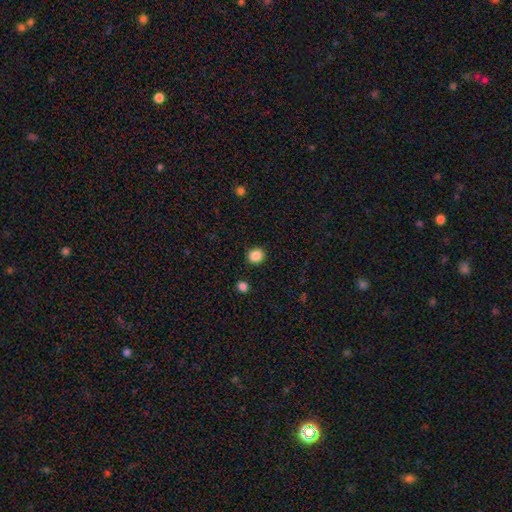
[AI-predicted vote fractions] A smooth galaxy with no disk features (87%) that is round (86%).

Vote fractions:
- Smooth or featured? smooth: 87% / star or artifact: 10% / featured or disk: 3%
- How rounded? round: 86% / in between: 13% / cigar-shaped: 1%
- Merging? none: 91% / minor disturbance: 6% / major disturbance: 2% / merger: 2%